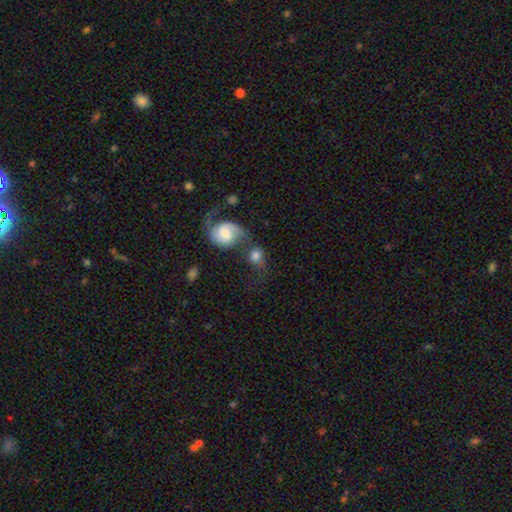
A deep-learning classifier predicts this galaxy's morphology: Smooth or featured? smooth (56%)
How rounded? round (61%)
Merging? merger (50%)